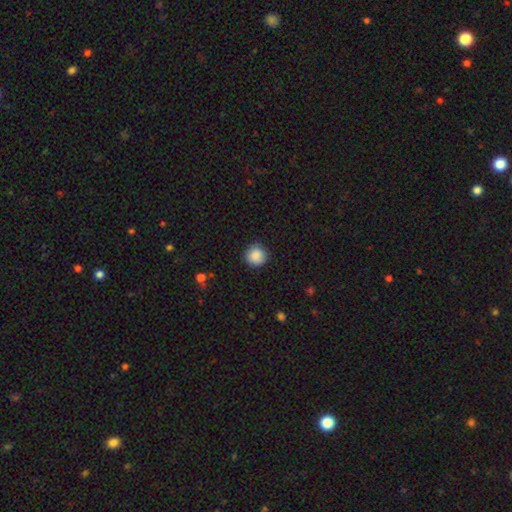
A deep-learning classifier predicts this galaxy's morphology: Q: Smooth or featured?
A: smooth (88%); runner-up: star or artifact (8%)
Q: How rounded?
A: round (94%); runner-up: in between (5%)
Q: Merging?
A: none (89%); runner-up: minor disturbance (8%)